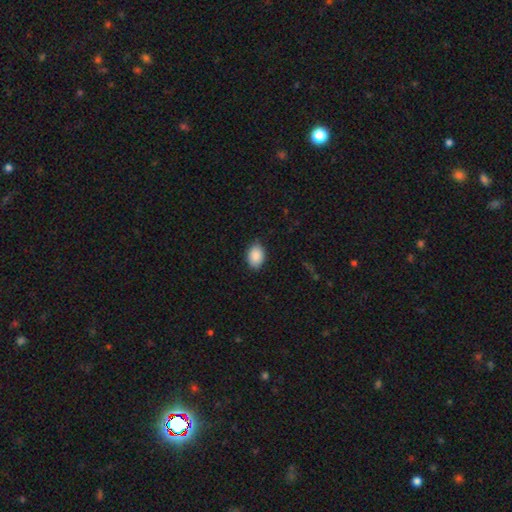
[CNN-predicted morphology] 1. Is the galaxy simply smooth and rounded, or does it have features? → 90% smooth, 7% star or artifact, 3% featured or disk.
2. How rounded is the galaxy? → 79% in between, 20% round, 1% cigar-shaped.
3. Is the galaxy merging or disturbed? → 85% none, 12% minor disturbance, 2% major disturbance, 1% merger.